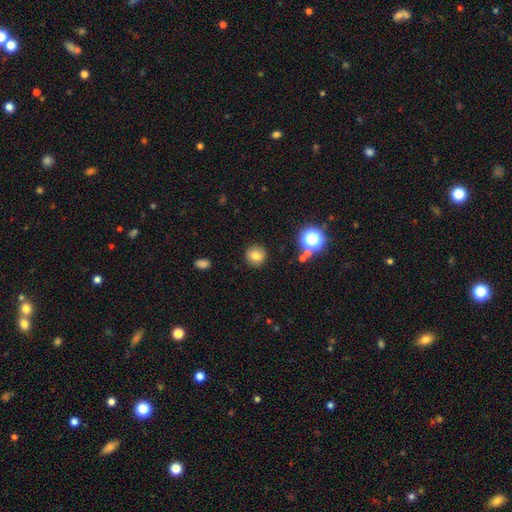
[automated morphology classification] Overall: smooth (79%). How rounded: round (92%). Merging: none (90%).